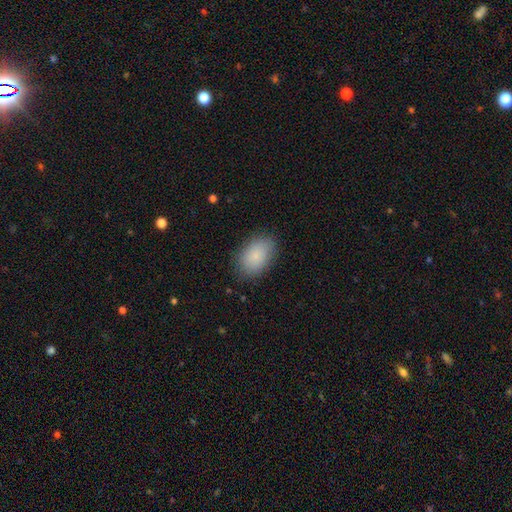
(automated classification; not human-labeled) Overall: smooth (86%). How rounded: in between (89%). Merging: none (84%).